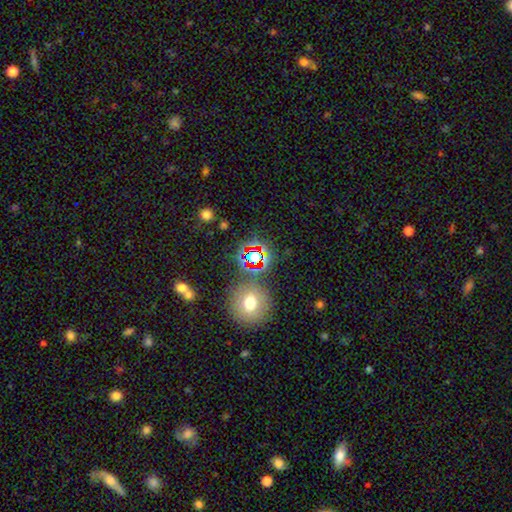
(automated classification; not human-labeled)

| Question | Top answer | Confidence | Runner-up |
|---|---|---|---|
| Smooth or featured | star or artifact | 64% | smooth (26%) |